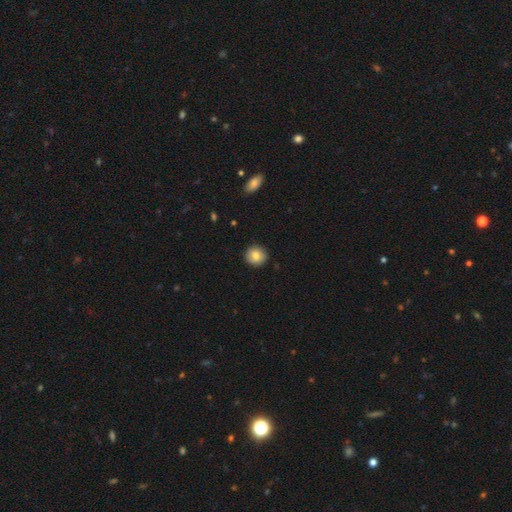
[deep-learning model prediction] A smooth galaxy with no disk features (81%) that is round (91%).

Vote fractions:
- Smooth or featured? smooth: 81% / featured or disk: 10% / star or artifact: 8%
- How rounded? round: 91% / in between: 8% / cigar-shaped: 1%
- Merging? none: 90% / minor disturbance: 7% / major disturbance: 2% / merger: 1%